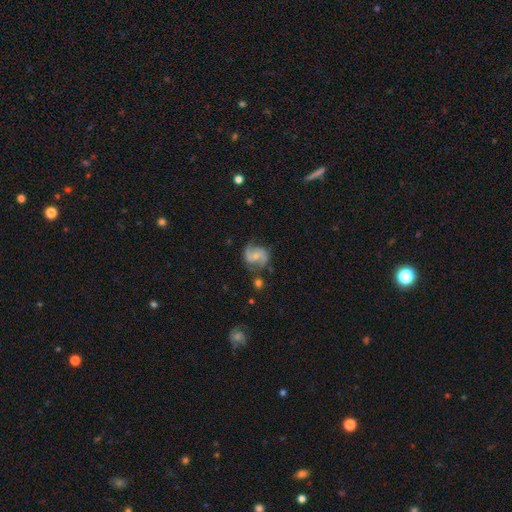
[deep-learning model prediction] A featured or disk galaxy (75%) with no bar (52%), 2 (86%) medium (50%) spiral arms (94%) and a small central bulge (57%). Merging: none (67%).